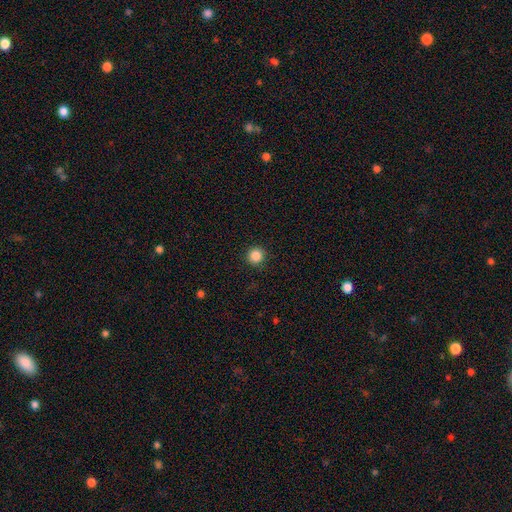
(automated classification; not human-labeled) smooth-or-featured: smooth: 86% | star or artifact: 11% | featured or disk: 3%
  how-rounded: round: 94% | in between: 5% | cigar-shaped: 1%
  merging: none: 92% | minor disturbance: 5% | major disturbance: 2% | merger: 1%